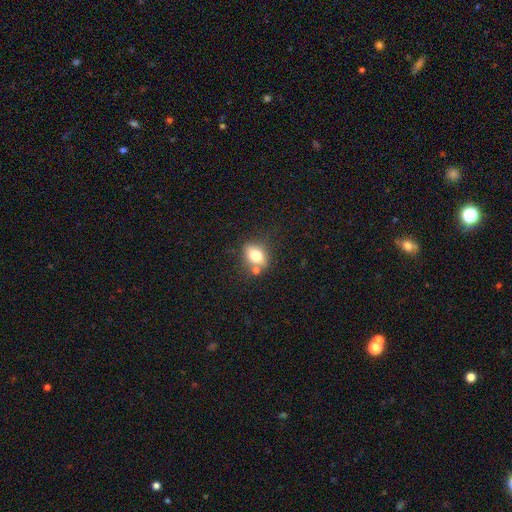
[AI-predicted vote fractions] This appears to be a smooth galaxy with no disk features (72%) that is in between round and cigar-shaped (58%). Merging: none (66%).